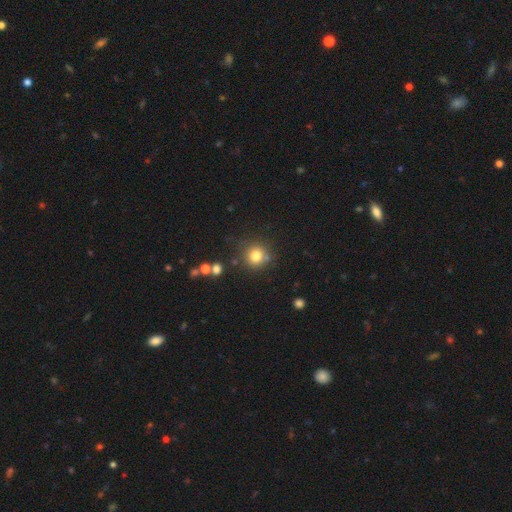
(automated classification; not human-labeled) The model was most divided on "smooth or featured": smooth: 79%, star or artifact: 13%, featured or disk: 8%. More confident: how rounded — round (92%); merging — none (79%).